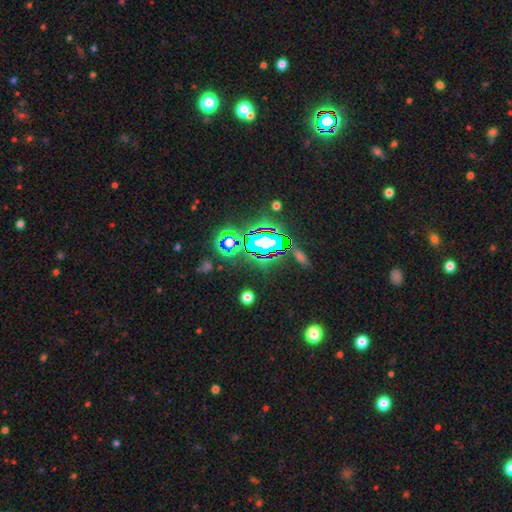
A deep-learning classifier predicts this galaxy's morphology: This appears to be a star or artifact, not a galaxy (77%).